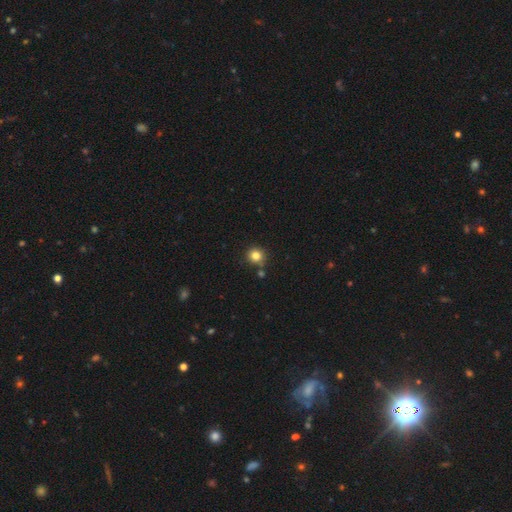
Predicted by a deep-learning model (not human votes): The model was most divided on "smooth or featured": smooth: 82%, star or artifact: 12%, featured or disk: 5%. More confident: how rounded — round (91%); merging — none (81%).